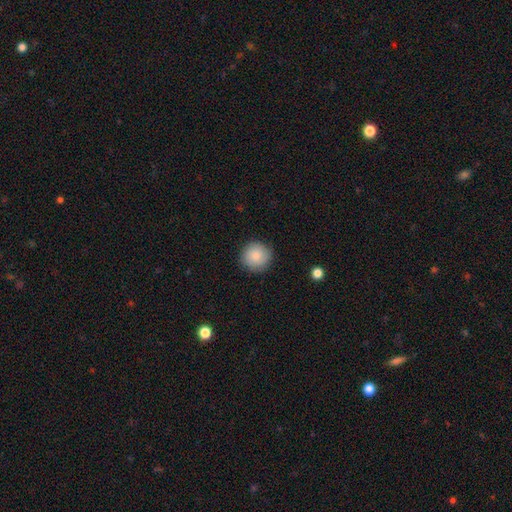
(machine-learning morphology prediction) A smooth galaxy with no disk features (84%) that is round (95%). Merging: none (89%).